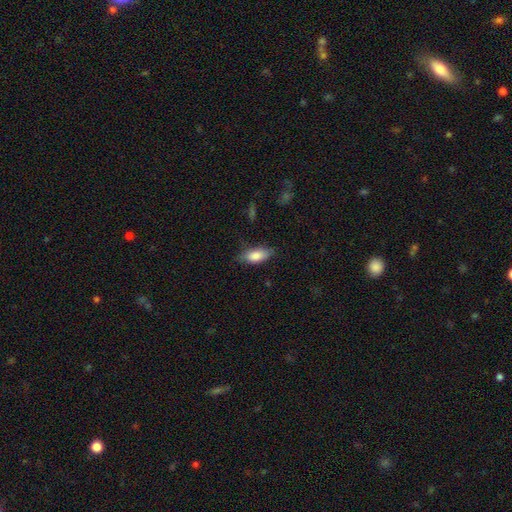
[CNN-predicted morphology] smooth_or_featured: smooth (p=0.84) [alt: featured or disk p=0.09]
how_rounded: in between (p=0.85) [alt: cigar-shaped p=0.13]
merging: none (p=0.71) [alt: minor disturbance p=0.23]